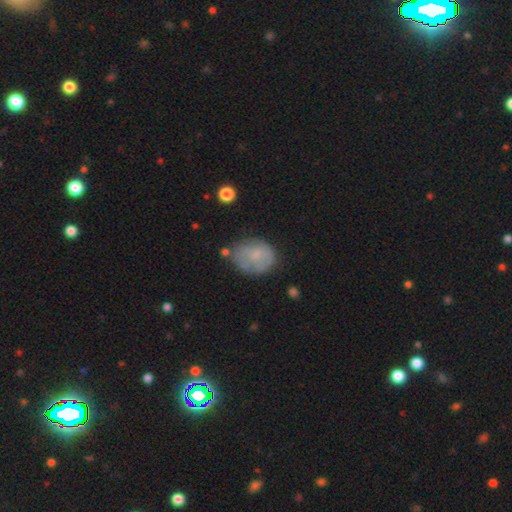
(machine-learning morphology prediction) Q: Smooth or featured?
A: smooth (60%); runner-up: featured or disk (31%)
Q: How rounded?
A: in between (57%); runner-up: round (42%)
Q: Merging?
A: none (54%); runner-up: minor disturbance (29%)